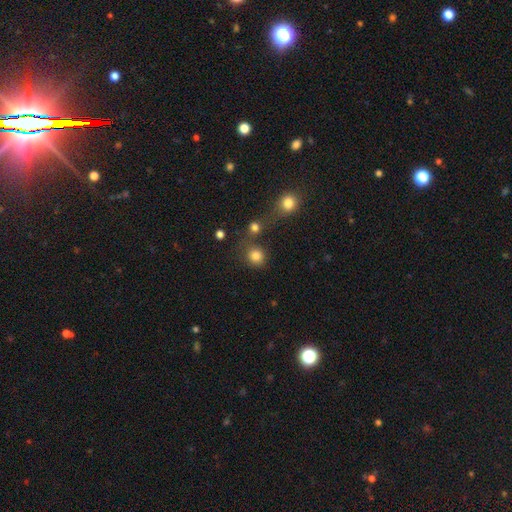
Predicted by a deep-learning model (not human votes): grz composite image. It shows a smooth galaxy with no disk features (83%) that is round (86%). Merging: none (66%).